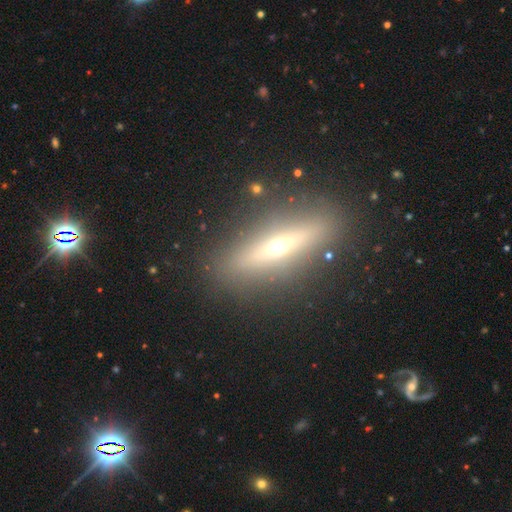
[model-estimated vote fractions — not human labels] Morphology: type=featured or disk (54%); edge-on=yes (81%); merging=none (83%).